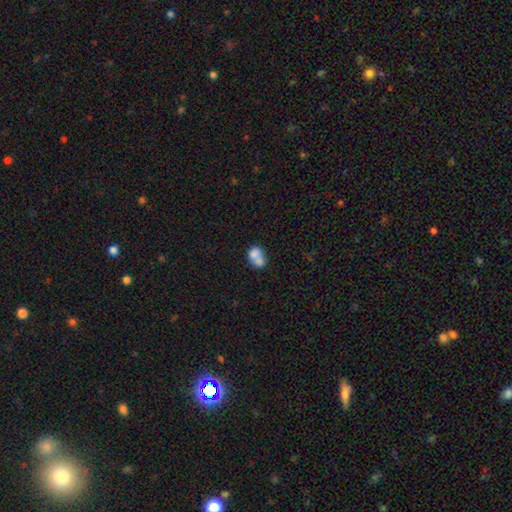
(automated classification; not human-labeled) smooth-or-featured: smooth: 71% | featured or disk: 20% | star or artifact: 9%
  how-rounded: in between: 54% | round: 45% | cigar-shaped: 1%
  merging: merger: 66% | none: 21% | minor disturbance: 8% | major disturbance: 5%